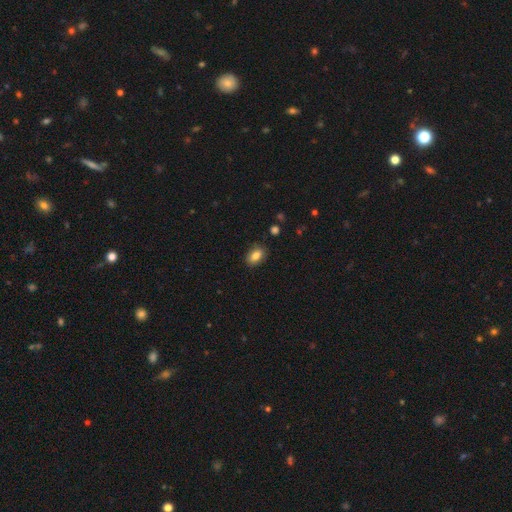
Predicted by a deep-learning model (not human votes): A smooth galaxy with no disk features (83%) that is in between round and cigar-shaped (85%).

Vote fractions:
- Smooth or featured? smooth: 83% / star or artifact: 9% / featured or disk: 8%
- How rounded? in between: 85% / round: 13% / cigar-shaped: 2%
- Merging? none: 83% / minor disturbance: 13% / major disturbance: 3% / merger: 1%